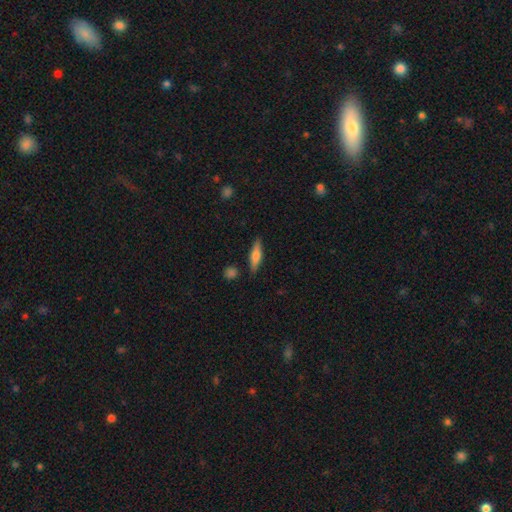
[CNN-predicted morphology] Smooth or featured? smooth (65%)
How rounded? cigar-shaped (70%)
Merging? none (85%)